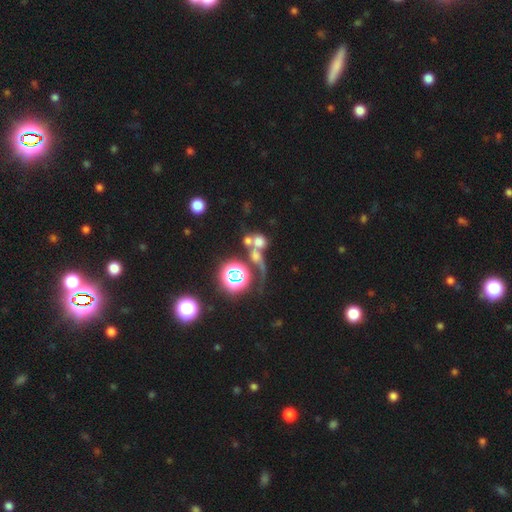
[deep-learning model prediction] The model was most divided on "smooth or featured": smooth: 48%, star or artifact: 28%, featured or disk: 24%. More confident: merging — merger (53%).